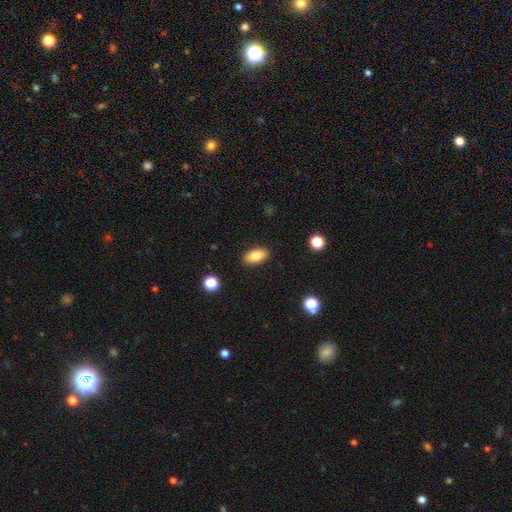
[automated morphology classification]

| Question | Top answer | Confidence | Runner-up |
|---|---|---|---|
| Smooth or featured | smooth | 84% | featured or disk (9%) |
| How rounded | in between | 90% | cigar-shaped (7%) |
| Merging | none | 89% | minor disturbance (8%) |